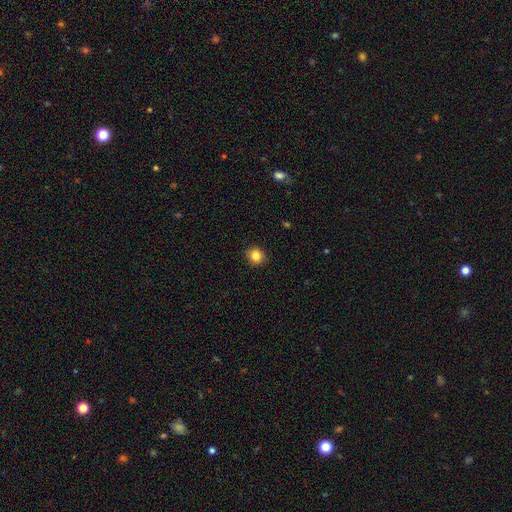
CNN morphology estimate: The model was most divided on "how rounded": round: 86%, in between: 13%, cigar-shaped: 1%. More confident: merging — none (92%); smooth or featured — smooth (84%).